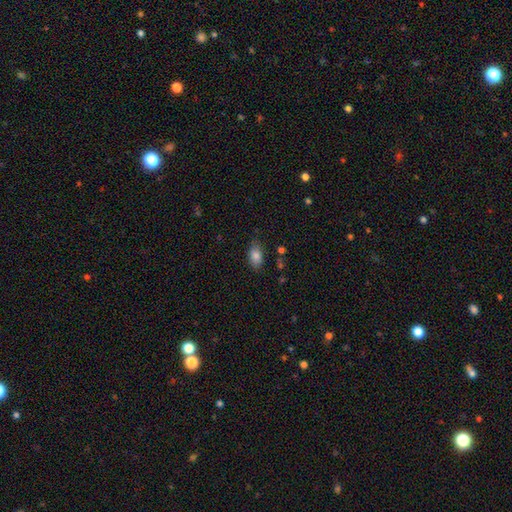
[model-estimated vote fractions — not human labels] This is clearly a smooth galaxy (84%). How rounded: clearly in between (89%). Merging: likely none (76%).